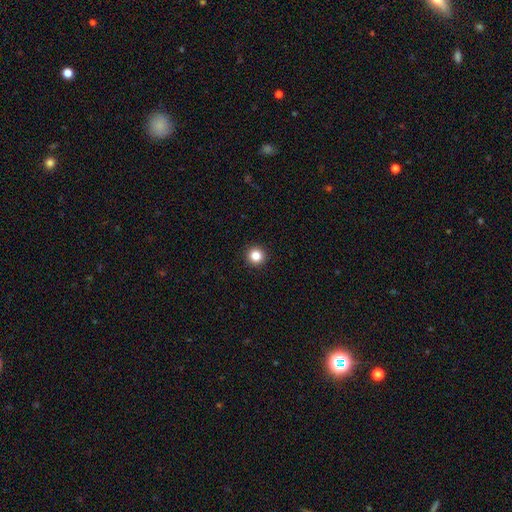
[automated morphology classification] Q: Smooth or featured?
A: smooth (84%); runner-up: star or artifact (11%)
Q: How rounded?
A: round (95%); runner-up: in between (4%)
Q: Merging?
A: none (94%); runner-up: minor disturbance (4%)